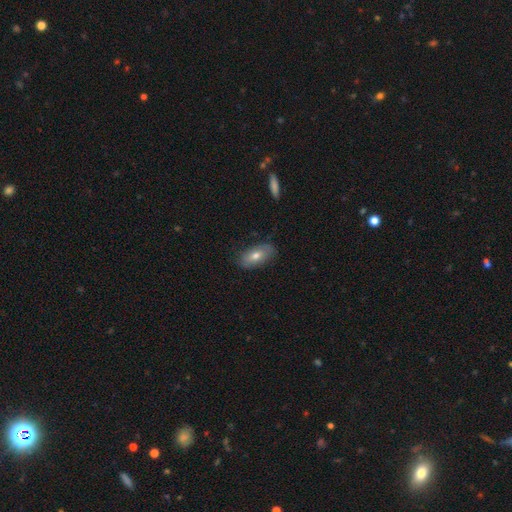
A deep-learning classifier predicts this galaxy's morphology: The model was most divided on "smooth or featured": smooth: 67%, featured or disk: 26%, star or artifact: 7%. More confident: how rounded — in between (88%); merging — none (82%).